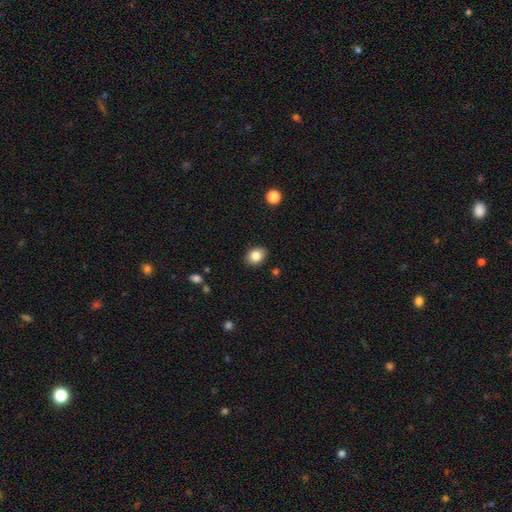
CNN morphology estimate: smooth 84%, star or artifact 9%, featured or disk 8%. Down the decision tree: how rounded — in between (63%); merging — none (88%).